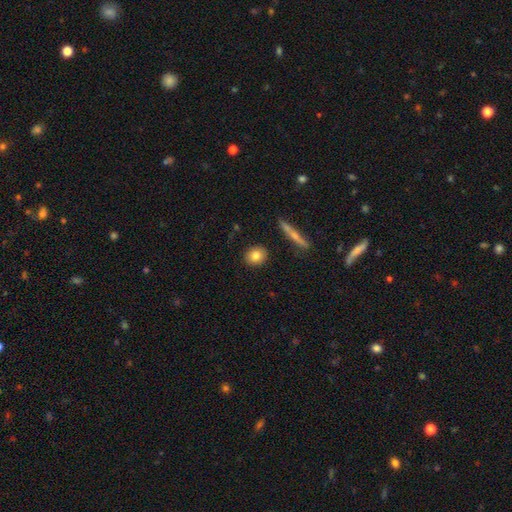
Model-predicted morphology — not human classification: smooth_or_featured: smooth (p=0.81) [alt: featured or disk p=0.11]
how_rounded: round (p=0.72) [alt: in between p=0.25]
merging: none (p=0.90) [alt: minor disturbance p=0.07]